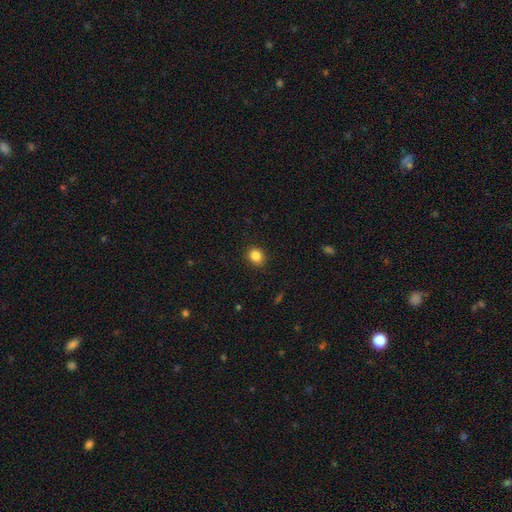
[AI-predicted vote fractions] Smooth or featured? Predicted: smooth (p=0.85). How rounded? Predicted: round (p=0.69). Merging? Predicted: none (p=0.89).